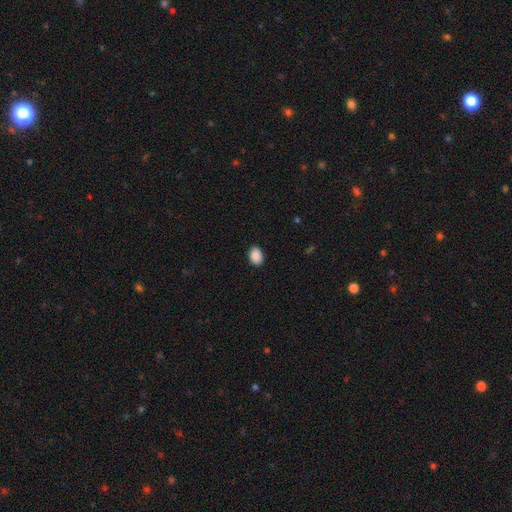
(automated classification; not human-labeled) Smooth or featured?
  - smooth: 90% *
  - star or artifact: 7%
  - featured or disk: 2%
How rounded?
  - in between: 79% *
  - round: 20%
  - cigar-shaped: 1%
Merging?
  - none: 89% *
  - minor disturbance: 8%
  - major disturbance: 2%
  - merger: 1%